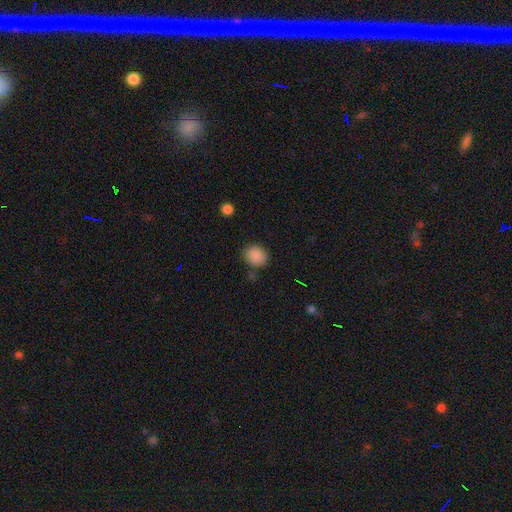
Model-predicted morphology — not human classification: This is clearly a smooth galaxy (87%). How rounded: likely round (68%). Merging: likely none (79%).